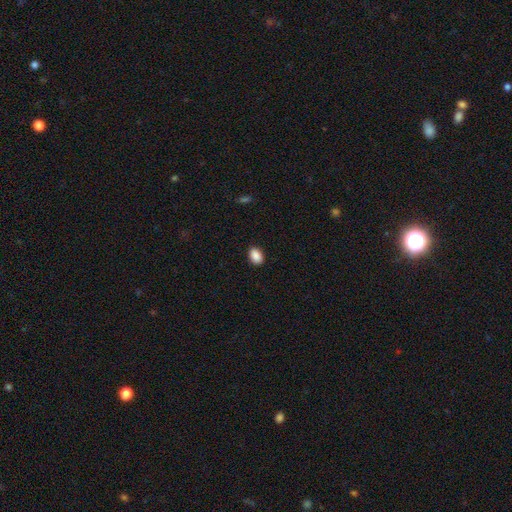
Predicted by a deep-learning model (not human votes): smooth-or-featured: smooth: 90% | star or artifact: 8% | featured or disk: 2%
  how-rounded: in between: 82% | round: 17% | cigar-shaped: 1%
  merging: none: 90% | minor disturbance: 7% | major disturbance: 2% | merger: 1%